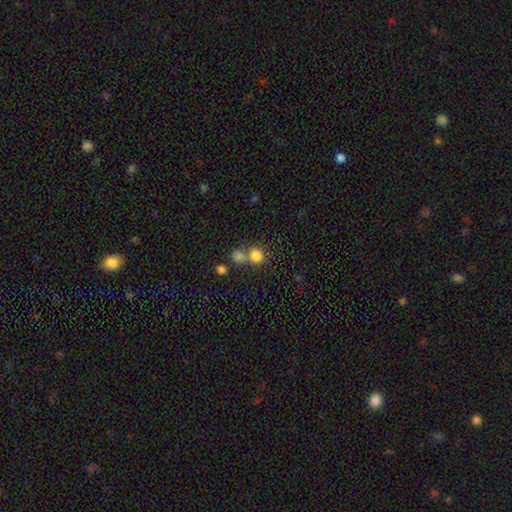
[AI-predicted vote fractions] Overall: smooth (81%). How rounded: round (87%). Merging: none (52%; merger 38%).